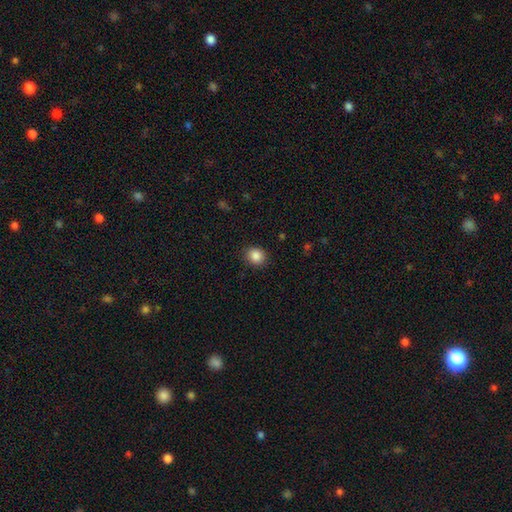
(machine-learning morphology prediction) Smooth or featured: smooth — 87% (star or artifact — 9%)
How rounded: round — 78% (in between — 21%)
Merging: none — 89% (minor disturbance — 8%)